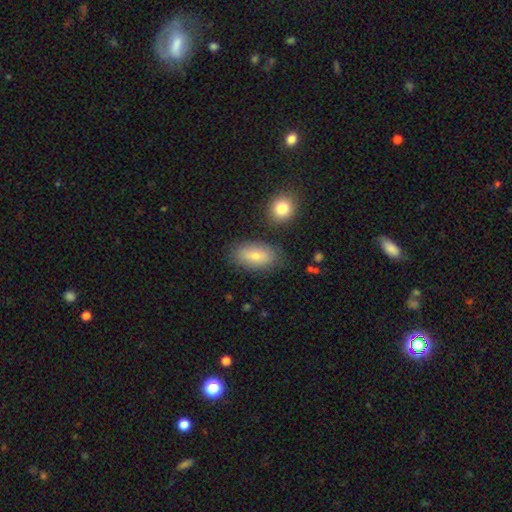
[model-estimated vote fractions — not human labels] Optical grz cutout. It shows a smooth galaxy with no disk features (77%) that is in between round and cigar-shaped (91%). Merging: none (77%).